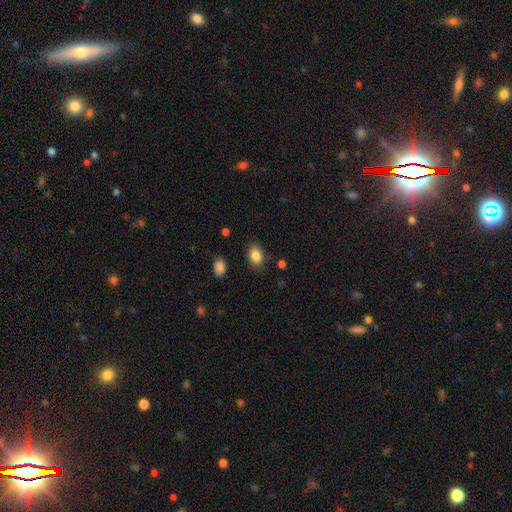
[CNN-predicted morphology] A smooth galaxy with no disk features (85%) that is in between round and cigar-shaped (84%).

Vote fractions:
- Smooth or featured? smooth: 85% / star or artifact: 9% / featured or disk: 6%
- How rounded? in between: 84% / round: 15% / cigar-shaped: 1%
- Merging? none: 84% / minor disturbance: 11% / major disturbance: 3% / merger: 2%